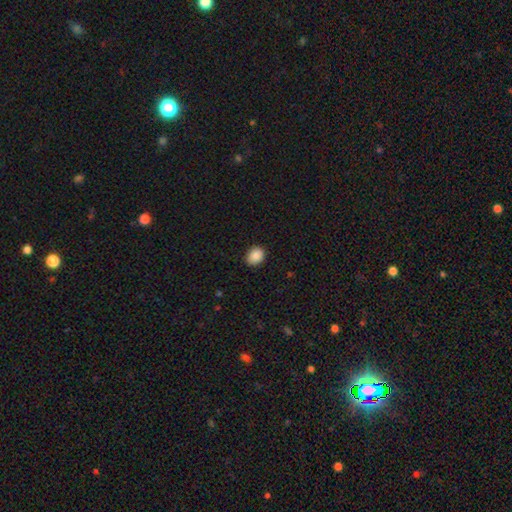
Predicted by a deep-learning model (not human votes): This appears to be a smooth galaxy with no disk features (87%) that is round (51%). Merging: none (88%).